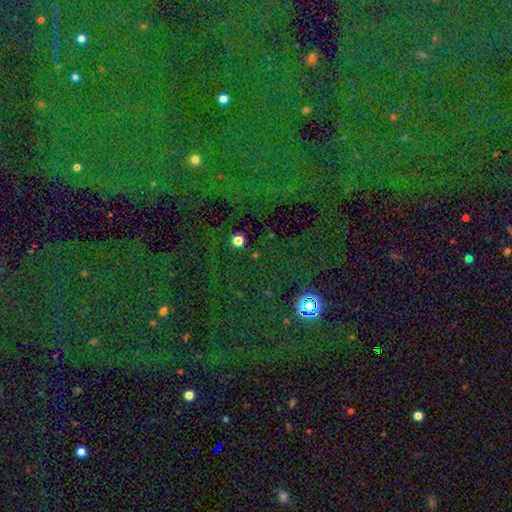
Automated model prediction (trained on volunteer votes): This appears to be a star or artifact, not a galaxy (72%).